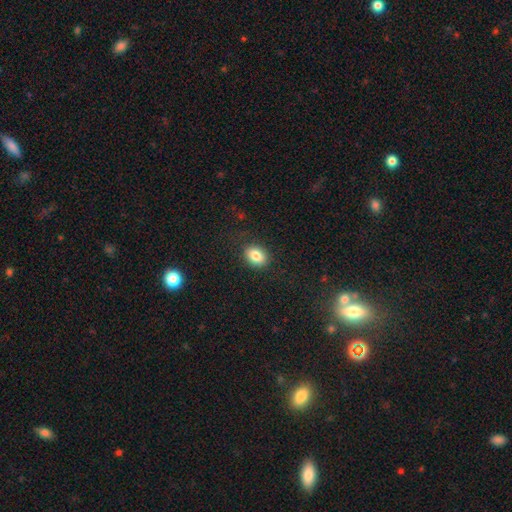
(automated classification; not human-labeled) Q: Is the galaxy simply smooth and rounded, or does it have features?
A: smooth — 83%.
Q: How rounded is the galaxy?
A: in between — 70%.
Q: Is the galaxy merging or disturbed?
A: none — 85%.